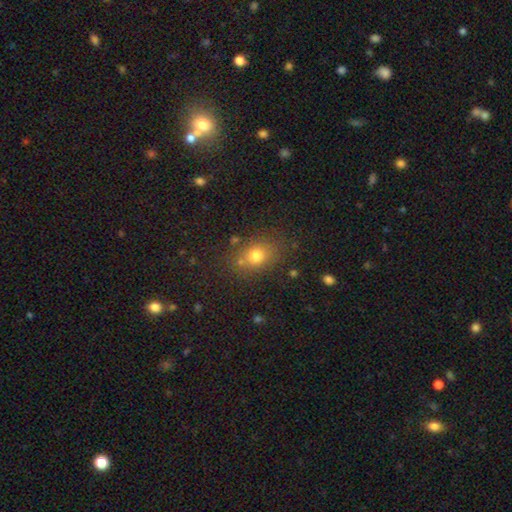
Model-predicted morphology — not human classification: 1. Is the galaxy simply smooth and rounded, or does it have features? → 74% smooth, 16% star or artifact, 10% featured or disk.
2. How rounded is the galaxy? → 51% round, 48% in between, 1% cigar-shaped.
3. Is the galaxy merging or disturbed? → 74% none, 14% minor disturbance, 7% merger, 5% major disturbance.